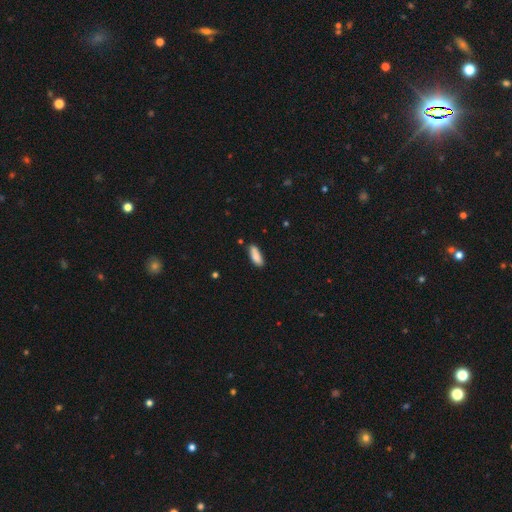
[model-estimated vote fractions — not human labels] A smooth galaxy with no disk features (87%) that is in between round and cigar-shaped (66%). Merging: none (76%).